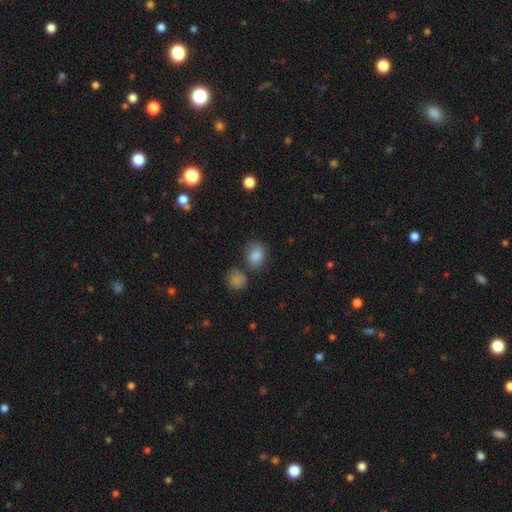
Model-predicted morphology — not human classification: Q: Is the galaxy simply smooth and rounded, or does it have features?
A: smooth — 84%.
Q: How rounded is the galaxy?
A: in between — 53%.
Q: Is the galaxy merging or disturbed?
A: none — 72%.